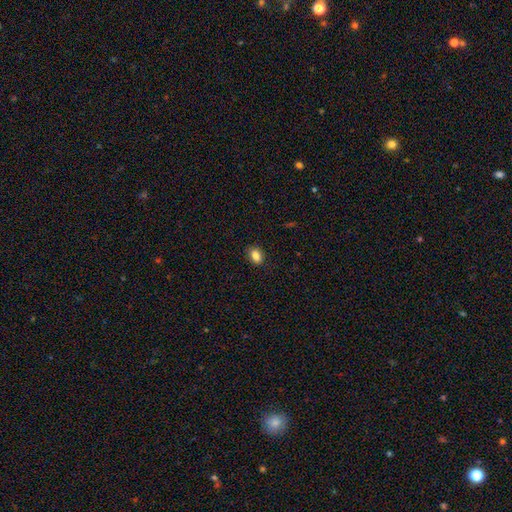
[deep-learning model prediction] A smooth galaxy with no disk features (85%) that is in between round and cigar-shaped (71%). Merging: none (88%).